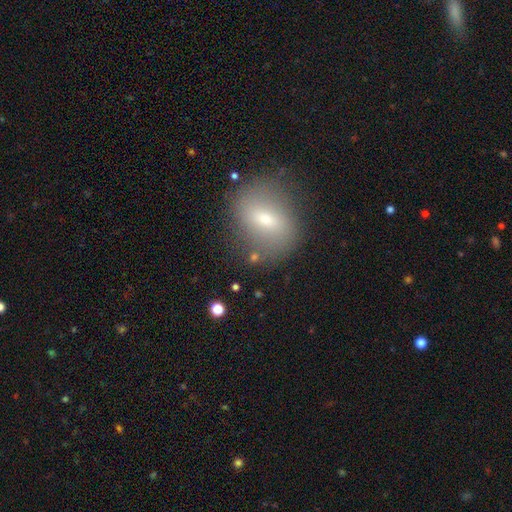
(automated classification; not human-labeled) Smooth or featured: smooth — 50% (featured or disk — 36%)
How rounded: round — 50% (in between — 47%)
Merging: none — 74% (minor disturbance — 15%)